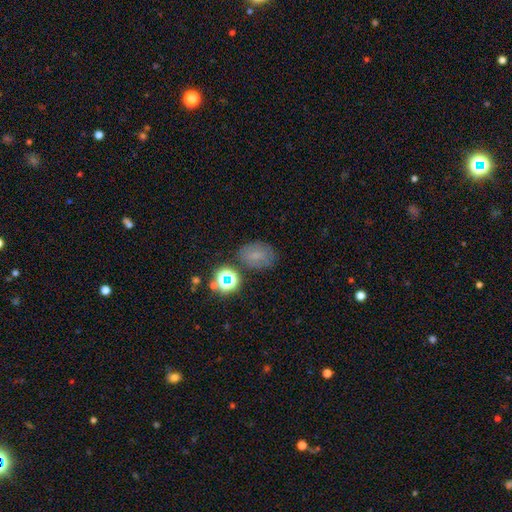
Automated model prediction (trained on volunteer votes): The model was most divided on "smooth or featured": smooth: 47%, star or artifact: 30%, featured or disk: 23%. More confident: merging — none (73%).